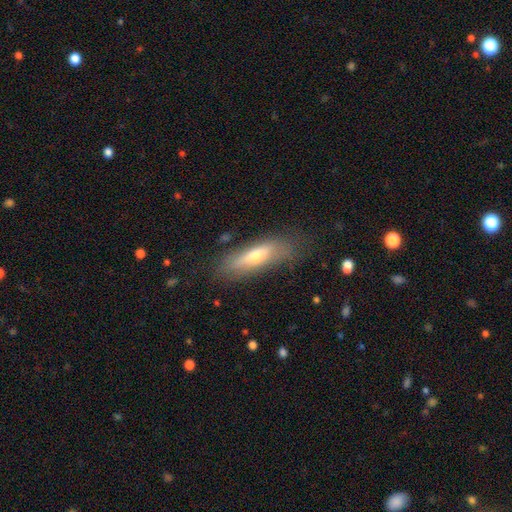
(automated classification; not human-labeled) Smooth or featured?
  - smooth: 57% *
  - featured or disk: 36%
  - star or artifact: 7%
How rounded?
  - cigar-shaped: 58% *
  - in between: 40%
  - round: 2%
Merging?
  - none: 76% *
  - minor disturbance: 16%
  - major disturbance: 6%
  - merger: 2%